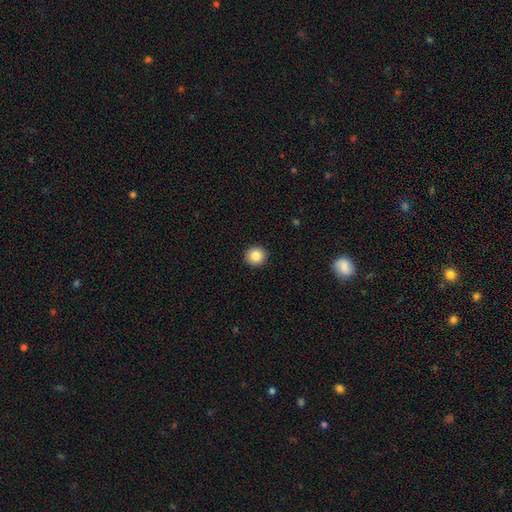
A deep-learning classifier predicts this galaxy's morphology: Smooth or featured? smooth (86%)
How rounded? round (94%)
Merging? none (93%)